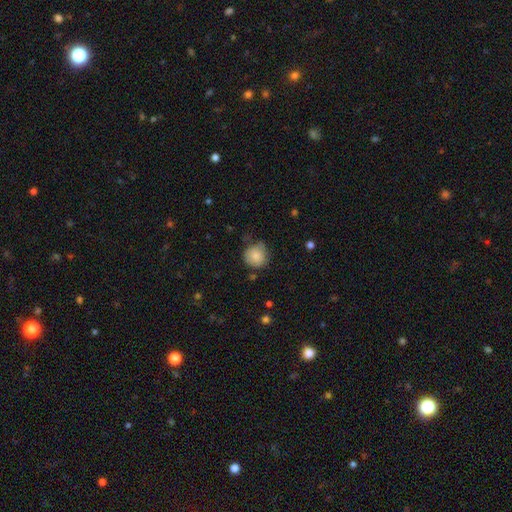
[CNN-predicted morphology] The model was most divided on "merging": none: 67%, minor disturbance: 24%, major disturbance: 5%, merger: 3%. More confident: how rounded — round (90%); smooth or featured — smooth (83%).